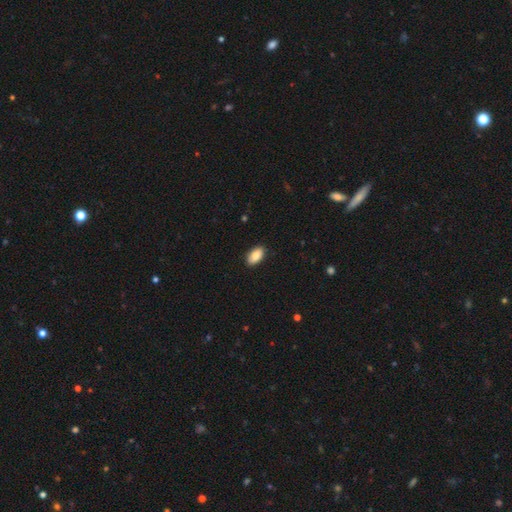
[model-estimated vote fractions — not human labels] Smooth or featured? smooth (87%)
How rounded? in between (94%)
Merging? none (88%)